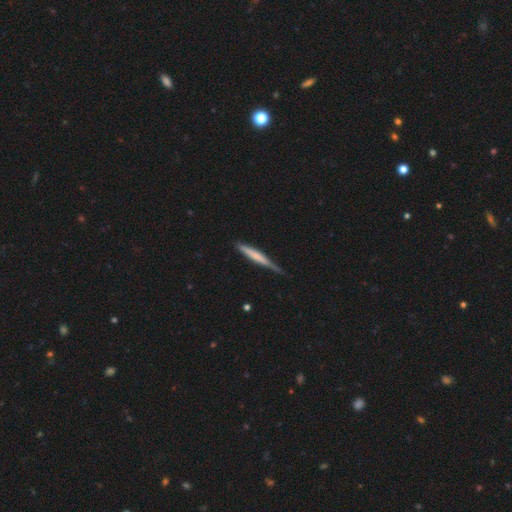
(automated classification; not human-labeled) This is possibly a smooth galaxy (51%). How rounded: clearly cigar-shaped (95%). Merging: likely none (72%).